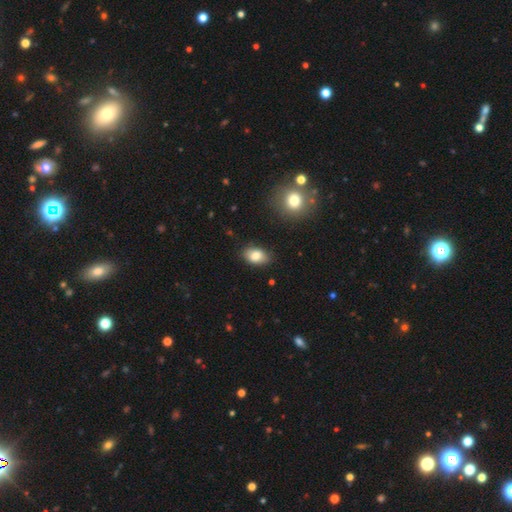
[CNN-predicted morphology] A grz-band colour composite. It shows a smooth galaxy with no disk features (82%) that is in between round and cigar-shaped (88%). Merging: none (84%).